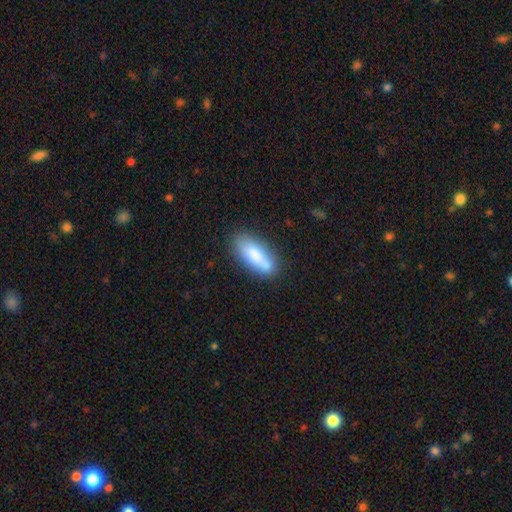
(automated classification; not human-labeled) A smooth galaxy with no disk features (79%) that is in between round and cigar-shaped (71%).

Vote fractions:
- Smooth or featured? smooth: 79% / featured or disk: 14% / star or artifact: 7%
- How rounded? in between: 71% / cigar-shaped: 27% / round: 2%
- Merging? none: 69% / minor disturbance: 17% / merger: 9% / major disturbance: 5%